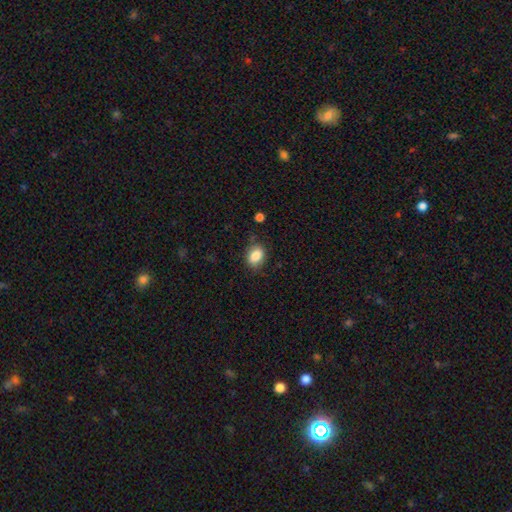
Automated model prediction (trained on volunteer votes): This appears to be a smooth galaxy with no disk features (85%) that is in between round and cigar-shaped (70%). Merging: none (78%).